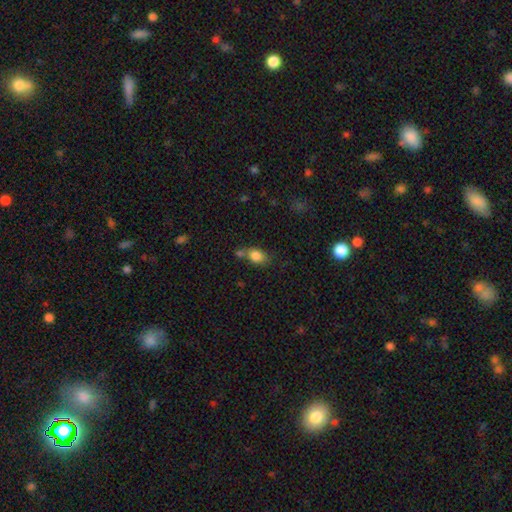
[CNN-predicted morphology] type=smooth (83%); roundness=in between (73%); merging=none (47%).